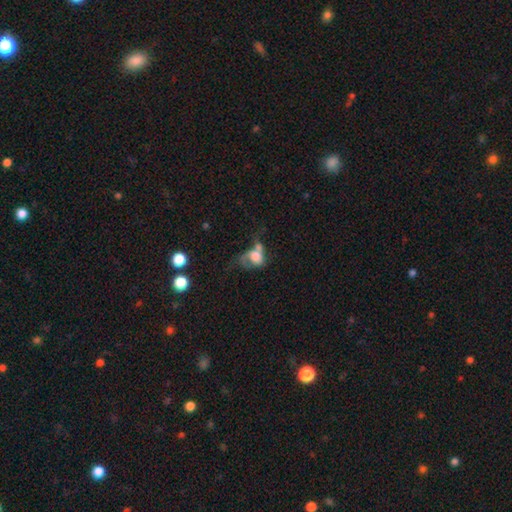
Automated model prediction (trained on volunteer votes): Q: Smooth or featured?
A: smooth (54%); runner-up: featured or disk (35%)
Q: How rounded?
A: in between (62%); runner-up: round (37%)
Q: Merging?
A: merger (37%); runner-up: major disturbance (35%)